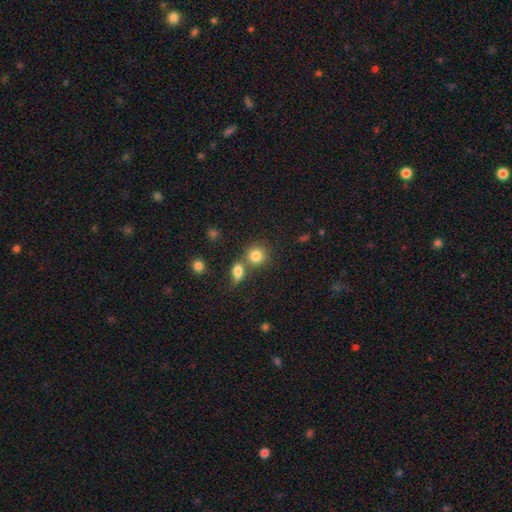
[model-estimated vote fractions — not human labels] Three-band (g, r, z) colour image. It shows a smooth galaxy with no disk features (82%) that is round (83%). Merging: none (57%).